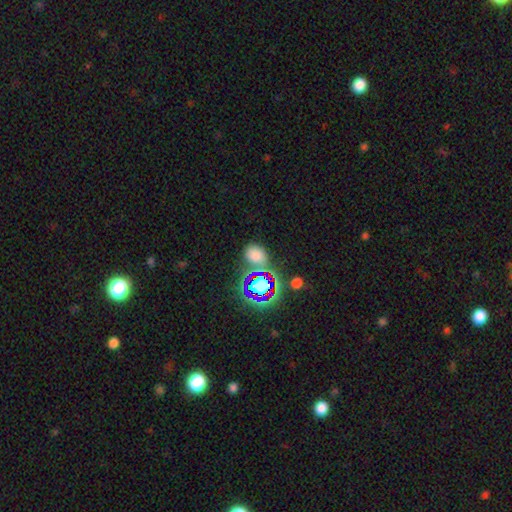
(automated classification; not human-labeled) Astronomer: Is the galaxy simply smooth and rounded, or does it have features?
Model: smooth — 62%.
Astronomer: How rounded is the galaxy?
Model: in between — 50% (runner-up: round, 48%).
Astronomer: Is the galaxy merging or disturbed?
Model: none — 59%.